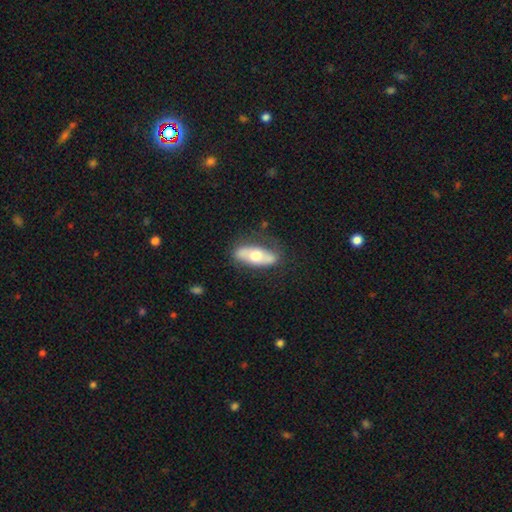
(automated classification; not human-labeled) smooth-or-featured: smooth: 51% | featured or disk: 44% | star or artifact: 6%
  how-rounded: in between: 76% | cigar-shaped: 20% | round: 4%
  merging: none: 74% | minor disturbance: 18% | major disturbance: 6% | merger: 2%